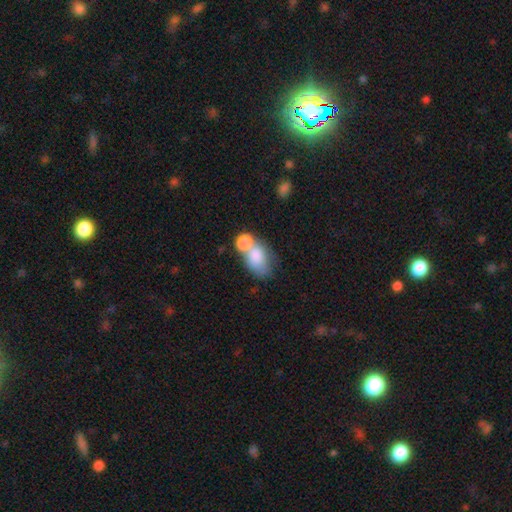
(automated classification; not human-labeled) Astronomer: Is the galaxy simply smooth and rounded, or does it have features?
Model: smooth — 77%.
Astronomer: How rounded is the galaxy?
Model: in between — 78%.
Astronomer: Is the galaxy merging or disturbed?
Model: merger — 62%.